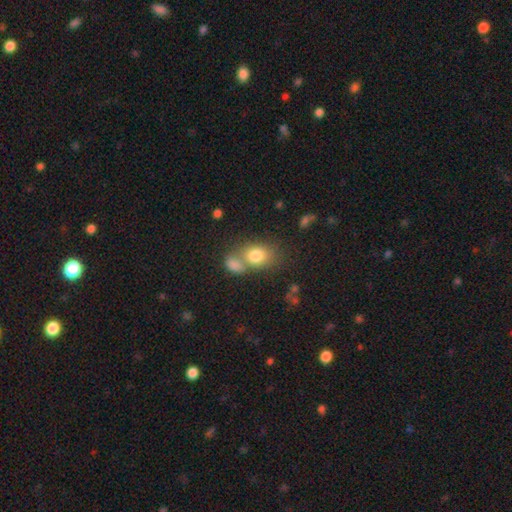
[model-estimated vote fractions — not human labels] Overall: smooth (80%). How rounded: in between (67%; round 32%). Merging: none (44%; merger 39%).